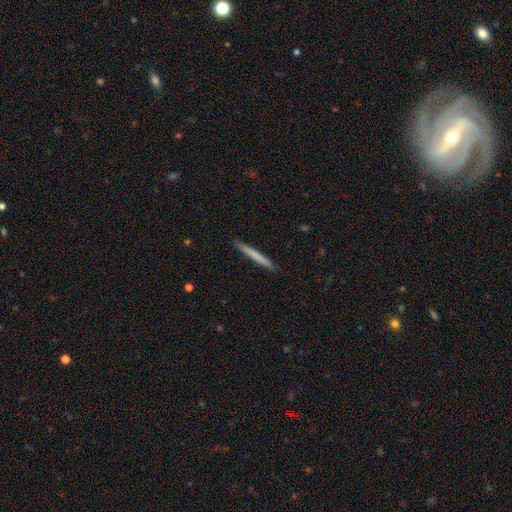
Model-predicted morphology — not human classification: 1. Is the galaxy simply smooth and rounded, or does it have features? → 66% smooth, 29% featured or disk, 5% star or artifact.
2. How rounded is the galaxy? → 97% cigar-shaped, 2% in between, 1% round.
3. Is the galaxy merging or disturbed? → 91% none, 7% minor disturbance, 1% major disturbance, 1% merger.